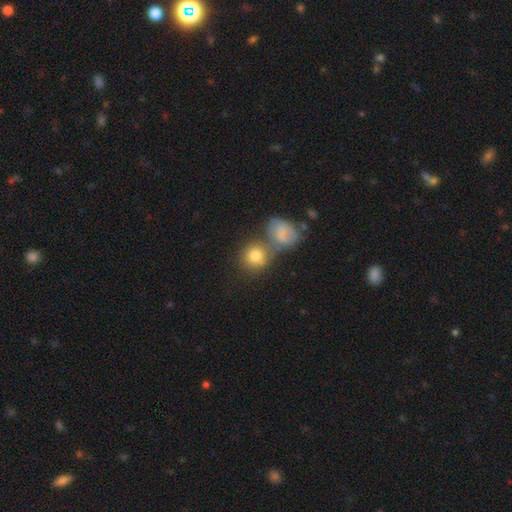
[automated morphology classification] A smooth galaxy with no disk features (74%) that is round (79%). Merging: none (46%).